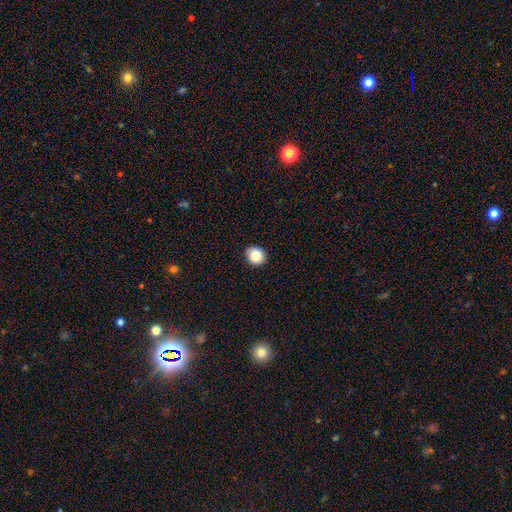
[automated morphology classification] This appears to be a smooth galaxy with no disk features (87%) that is round (75%). Merging: none (86%).